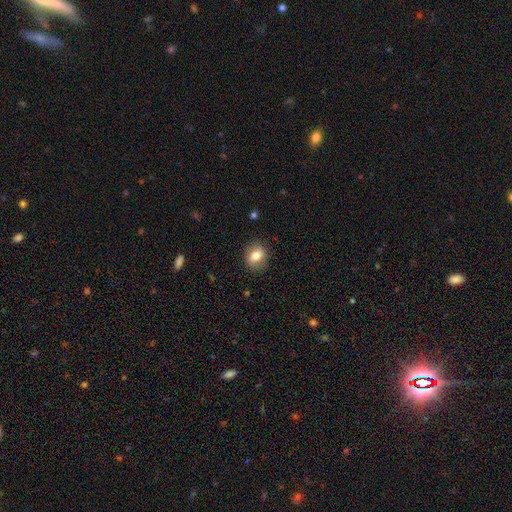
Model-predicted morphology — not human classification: The model was most divided on "how rounded": round: 52%, in between: 47%, cigar-shaped: 1%. More confident: merging — none (84%); smooth or featured — smooth (77%).